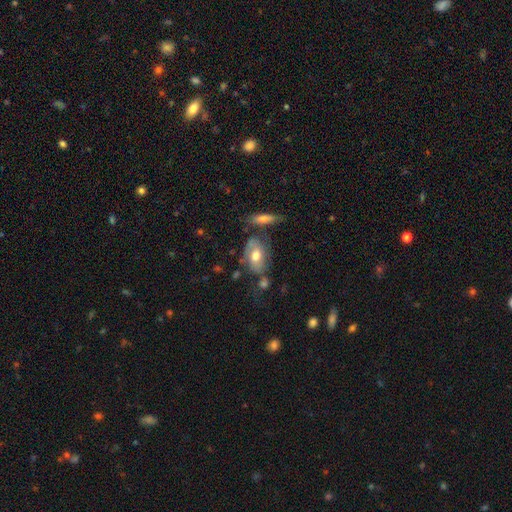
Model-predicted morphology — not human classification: smooth 52%, featured or disk 41%, star or artifact 7%. Down the decision tree: how rounded — in between (85%); merging — none (49%).